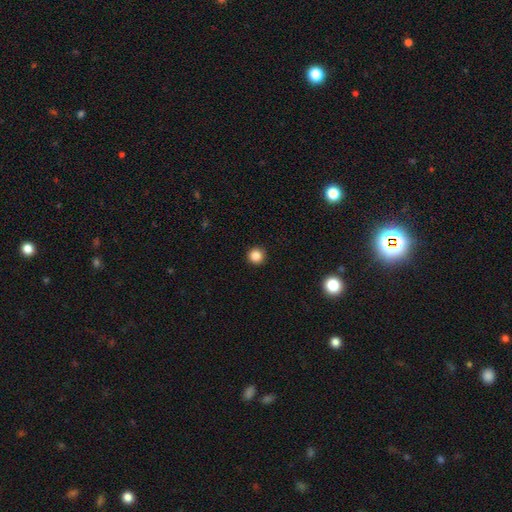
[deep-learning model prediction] smooth_or_featured: smooth (p=0.86) [alt: star or artifact p=0.11]
how_rounded: round (p=0.96) [alt: in between p=0.03]
merging: none (p=0.93) [alt: minor disturbance p=0.04]